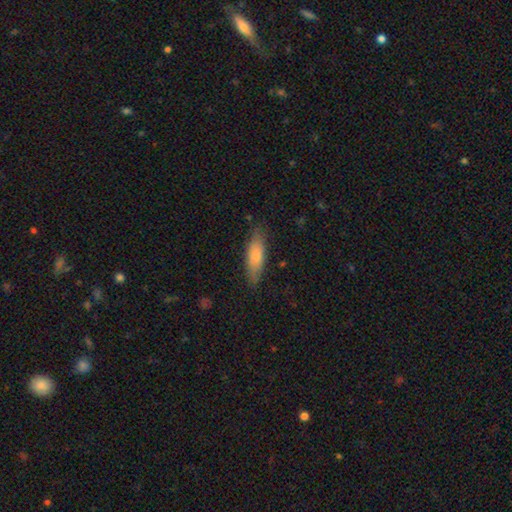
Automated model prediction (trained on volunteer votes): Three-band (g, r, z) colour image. It shows a smooth galaxy with no disk features (73%) that is cigar-shaped (51%). Merging: none (80%).